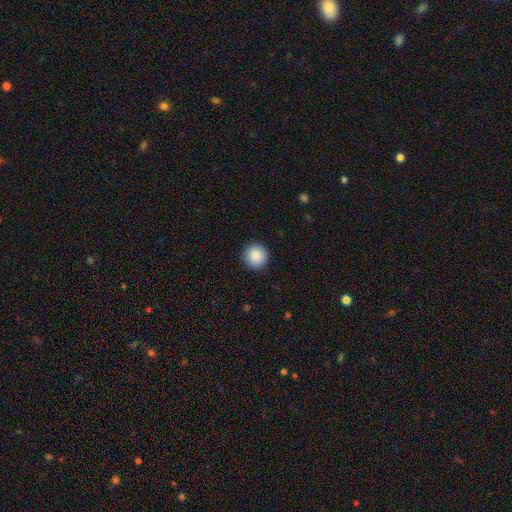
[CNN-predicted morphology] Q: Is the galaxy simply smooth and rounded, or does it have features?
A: smooth — 89%.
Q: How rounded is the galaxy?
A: round — 95%.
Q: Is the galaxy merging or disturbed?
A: none — 91%.